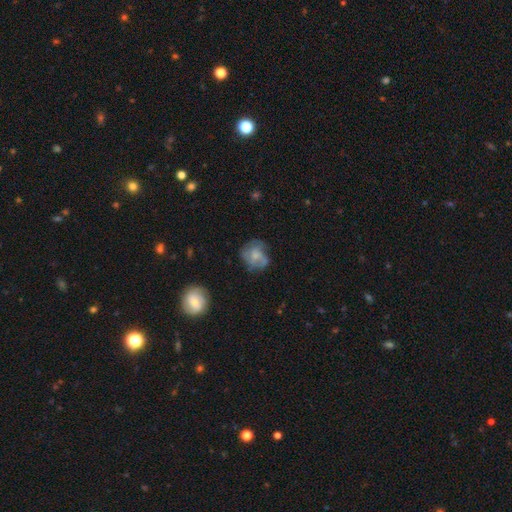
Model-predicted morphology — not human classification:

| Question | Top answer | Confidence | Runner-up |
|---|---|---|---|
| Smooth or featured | smooth | 49% | featured or disk (42%) |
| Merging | none | 56% | minor disturbance (26%) |